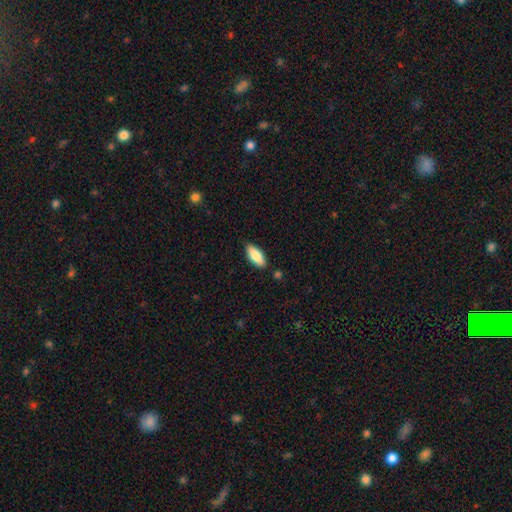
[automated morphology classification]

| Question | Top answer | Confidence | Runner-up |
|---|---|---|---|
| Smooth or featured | smooth | 84% | featured or disk (10%) |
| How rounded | in between | 80% | cigar-shaped (18%) |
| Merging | none | 86% | minor disturbance (10%) |